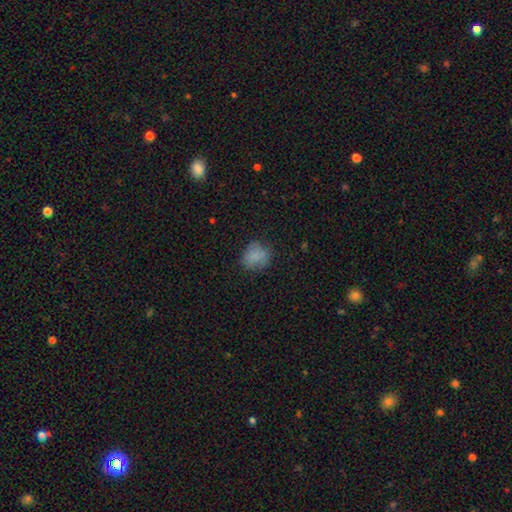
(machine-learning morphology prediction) This is likely a smooth galaxy (78%). How rounded: likely round (65%). Merging: likely none (70%).